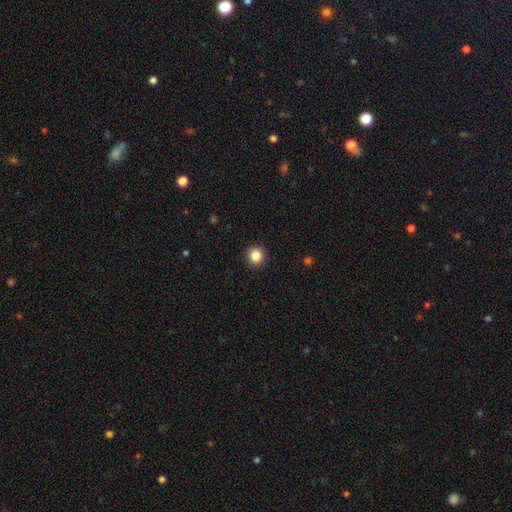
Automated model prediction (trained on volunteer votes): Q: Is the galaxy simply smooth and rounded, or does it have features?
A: smooth — 86%.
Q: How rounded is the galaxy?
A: round — 94%.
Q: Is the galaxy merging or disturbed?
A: none — 93%.